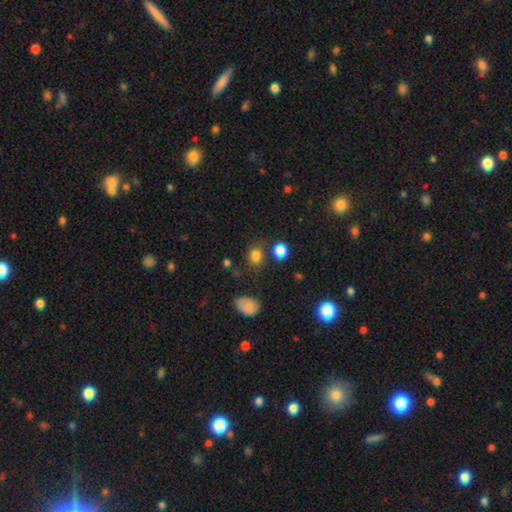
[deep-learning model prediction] Q: Smooth or featured?
A: smooth (81%); runner-up: star or artifact (13%)
Q: How rounded?
A: round (68%); runner-up: in between (31%)
Q: Merging?
A: none (74%); runner-up: minor disturbance (13%)